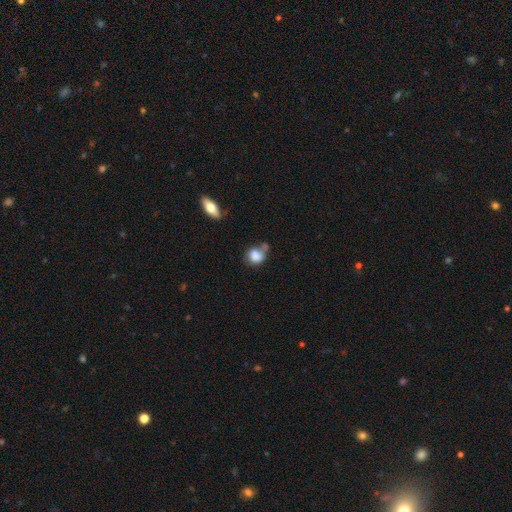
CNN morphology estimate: Smooth or featured: smooth — 78% (featured or disk — 12%)
How rounded: round — 54% (in between — 44%)
Merging: none — 34% (merger — 29%)